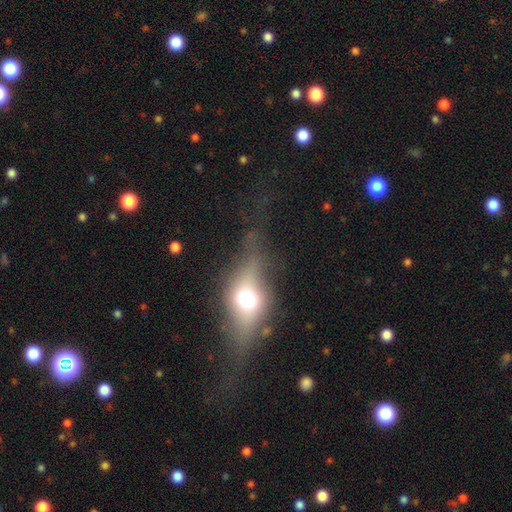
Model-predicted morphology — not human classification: A featured or disk galaxy (60%) viewed edge-on (82%). Merging: none (67%).